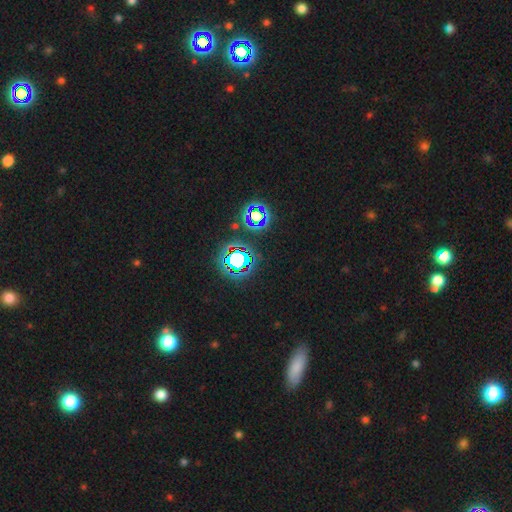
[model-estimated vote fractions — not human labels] Smooth or featured: star or artifact — 68% (smooth — 22%)